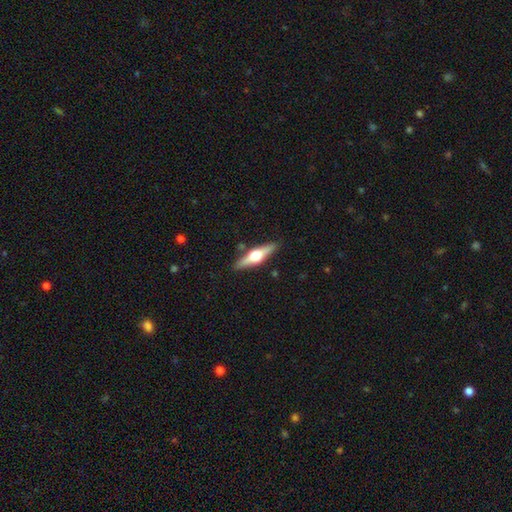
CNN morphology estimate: Q: Smooth or featured?
A: featured or disk (67%); runner-up: smooth (28%)
Q: Edge-on disk?
A: yes (96%); runner-up: no (4%)
Q: Edge-on bulge?
A: rounded (96%); runner-up: boxy (3%)
Q: Merging?
A: none (88%); runner-up: minor disturbance (8%)